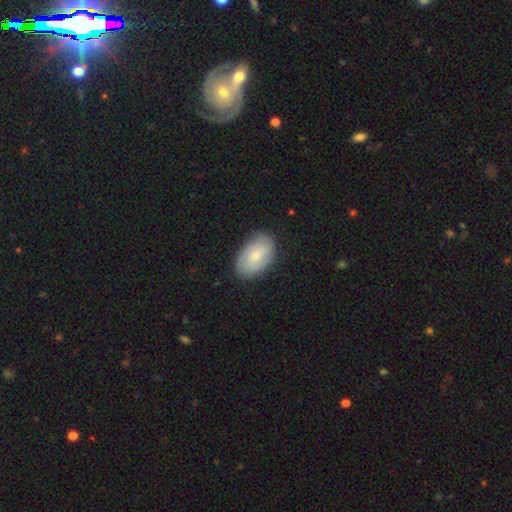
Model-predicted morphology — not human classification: Smooth or featured?
  - smooth: 72% *
  - featured or disk: 23%
  - star or artifact: 6%
How rounded?
  - in between: 92% *
  - round: 6%
  - cigar-shaped: 1%
Merging?
  - none: 83% *
  - minor disturbance: 13%
  - major disturbance: 3%
  - merger: 1%